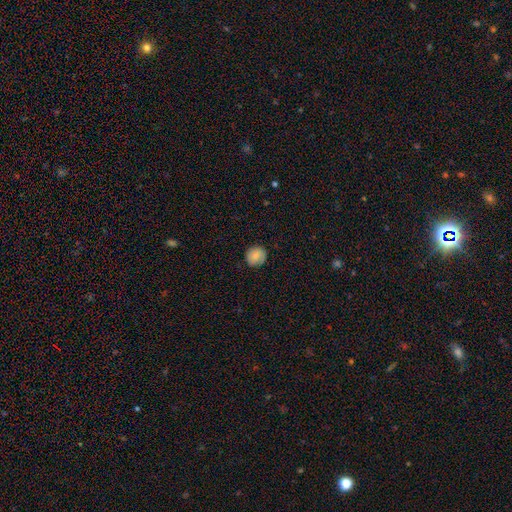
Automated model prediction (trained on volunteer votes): This is clearly a smooth galaxy (82%). How rounded: clearly round (89%). Merging: clearly none (87%).